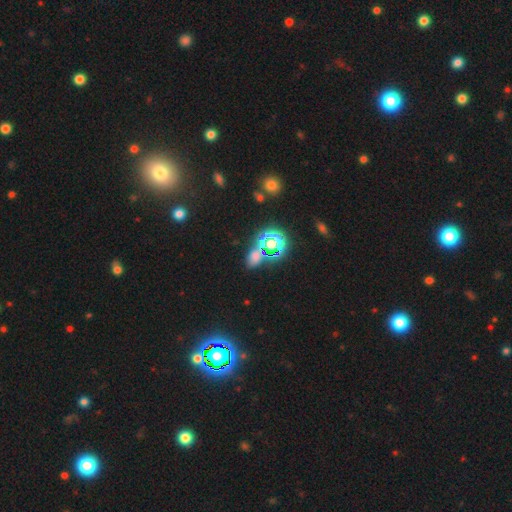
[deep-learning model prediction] smooth_or_featured: smooth (p=0.48) [alt: star or artifact p=0.44]
merging: none (p=0.69) [alt: merger p=0.14]